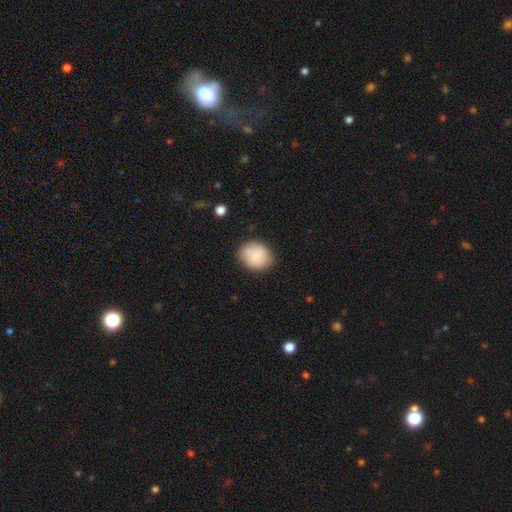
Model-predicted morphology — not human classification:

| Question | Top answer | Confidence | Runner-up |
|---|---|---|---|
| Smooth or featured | smooth | 80% | featured or disk (12%) |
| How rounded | round | 58% | in between (41%) |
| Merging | none | 71% | minor disturbance (21%) |